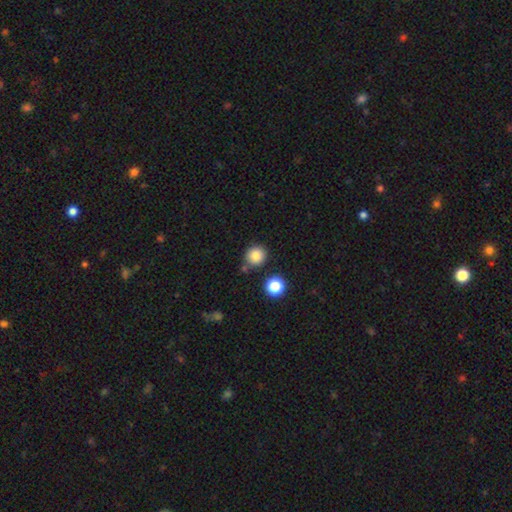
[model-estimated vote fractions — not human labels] Smooth or featured? Predicted: smooth (p=0.85). How rounded? Predicted: round (p=0.90). Merging? Predicted: none (p=0.79).